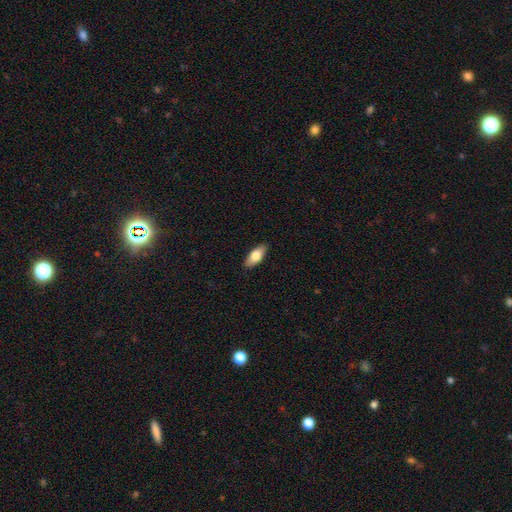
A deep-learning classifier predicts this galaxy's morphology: smooth 74%, featured or disk 20%, star or artifact 6%. Down the decision tree: how rounded — in between (82%); merging — none (88%).